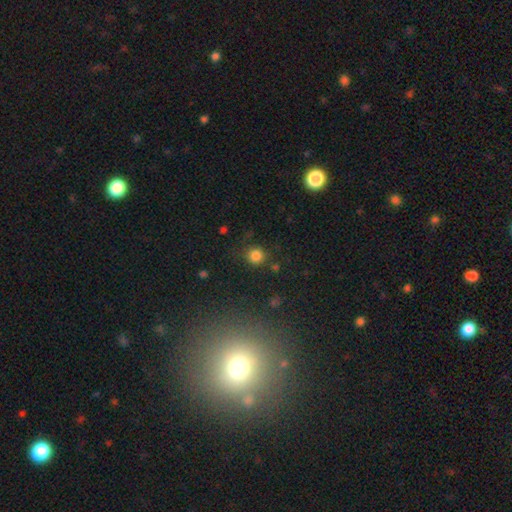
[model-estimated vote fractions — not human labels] Morphology: type=smooth (82%); roundness=round (91%); merging=none (82%).